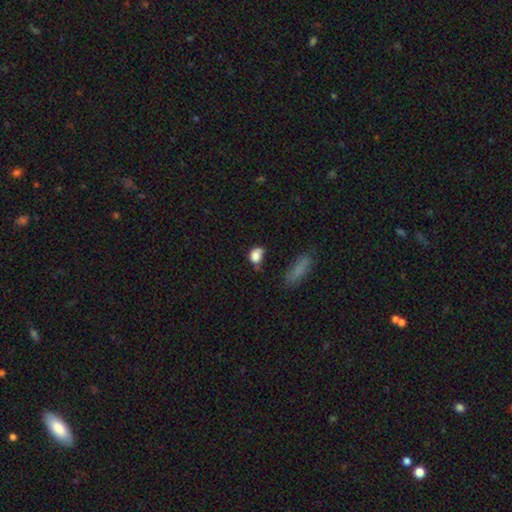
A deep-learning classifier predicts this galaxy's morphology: Smooth or featured: smooth — 80% (star or artifact — 11%)
How rounded: in between — 58% (round — 39%)
Merging: none — 38% (minor disturbance — 32%)